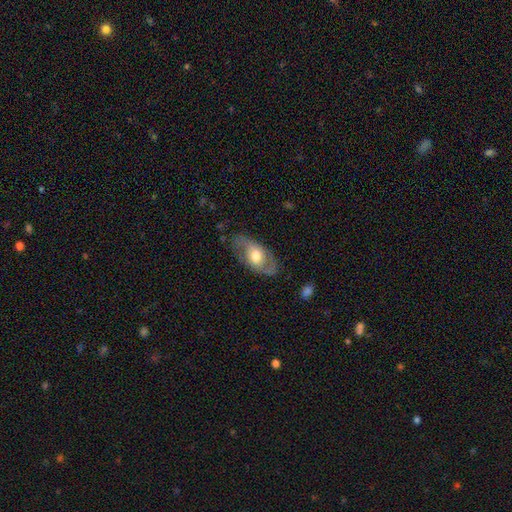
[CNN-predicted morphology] featured or disk 59%, smooth 36%, star or artifact 5%. Down the decision tree: edge-on disk — no (89%); bar — no (63%); spiral arms — yes (60%); bulge size — moderate (67%); merging — none (71%).